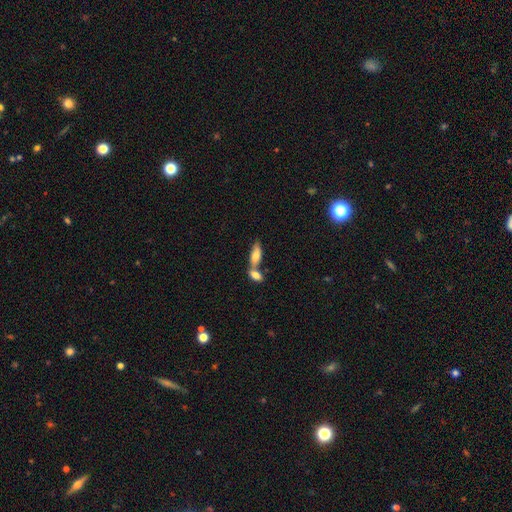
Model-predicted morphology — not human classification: type=smooth (71%); roundness=in between (71%); merging=merger (54%).